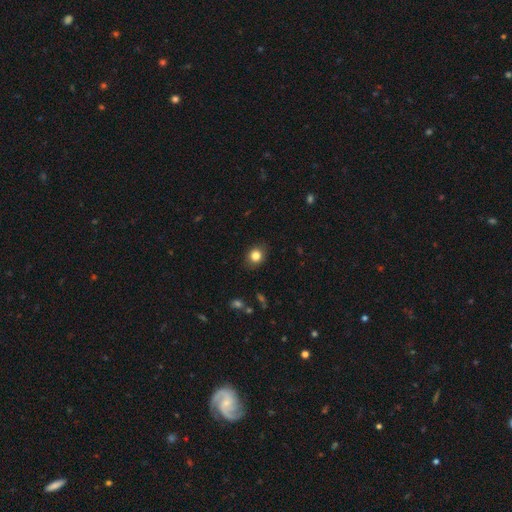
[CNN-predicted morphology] Q: Smooth or featured?
A: smooth (83%); runner-up: star or artifact (11%)
Q: How rounded?
A: round (72%); runner-up: in between (27%)
Q: Merging?
A: none (87%); runner-up: minor disturbance (10%)